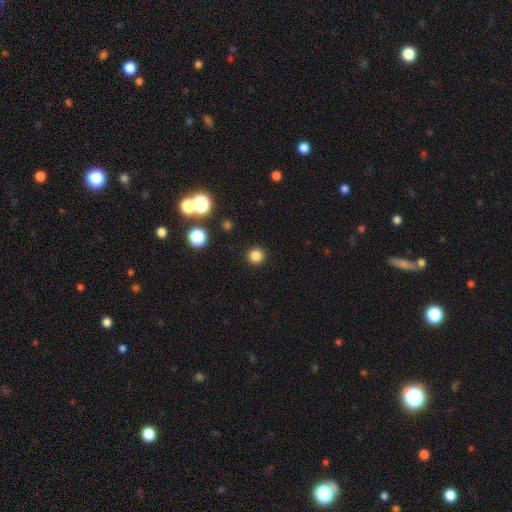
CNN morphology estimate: Smooth or featured? smooth (83%)
How rounded? round (95%)
Merging? none (92%)